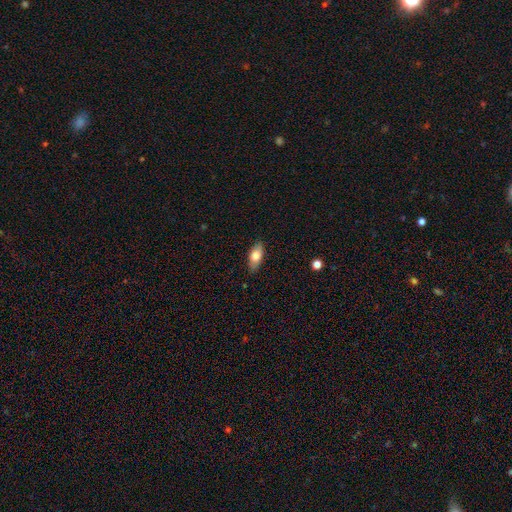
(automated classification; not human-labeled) A smooth galaxy with no disk features (74%) that is in between round and cigar-shaped (85%).

Vote fractions:
- Smooth or featured? smooth: 74% / featured or disk: 19% / star or artifact: 7%
- How rounded? in between: 85% / cigar-shaped: 11% / round: 4%
- Merging? none: 84% / minor disturbance: 12% / major disturbance: 2% / merger: 1%